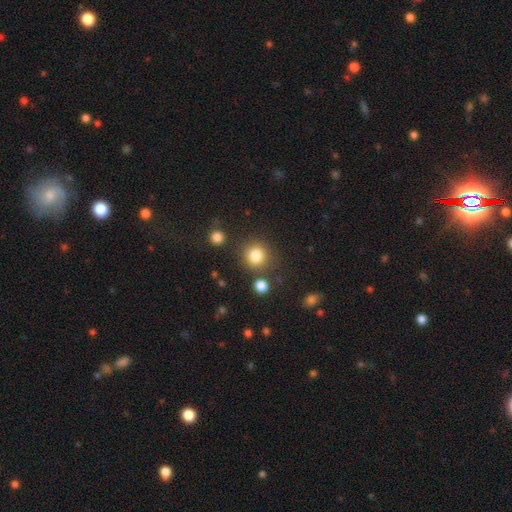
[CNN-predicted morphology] Overall: smooth (82%). How rounded: round (92%). Merging: none (82%).